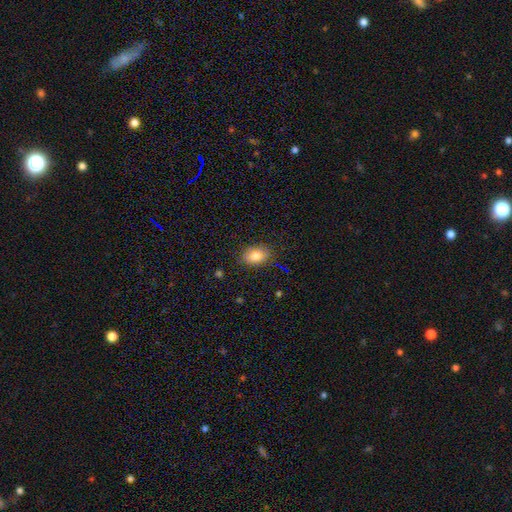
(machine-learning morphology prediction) Smooth or featured?
  - smooth: 81% *
  - featured or disk: 9%
  - star or artifact: 9%
How rounded?
  - in between: 82% *
  - round: 16%
  - cigar-shaped: 2%
Merging?
  - none: 83% *
  - minor disturbance: 13%
  - major disturbance: 3%
  - merger: 1%